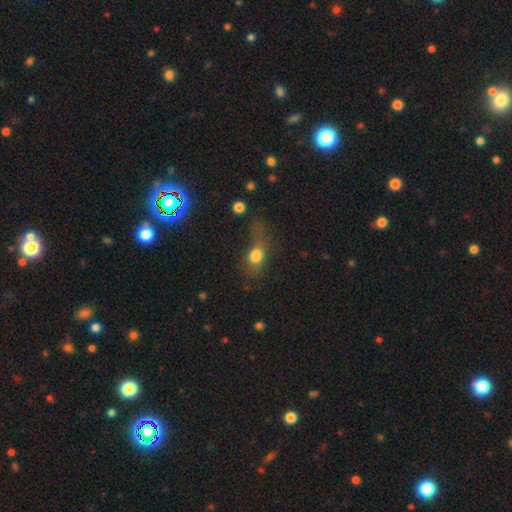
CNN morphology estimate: Smooth or featured: smooth — 74% (featured or disk — 14%)
How rounded: in between — 55% (round — 37%)
Merging: major disturbance — 36% (none — 35%)